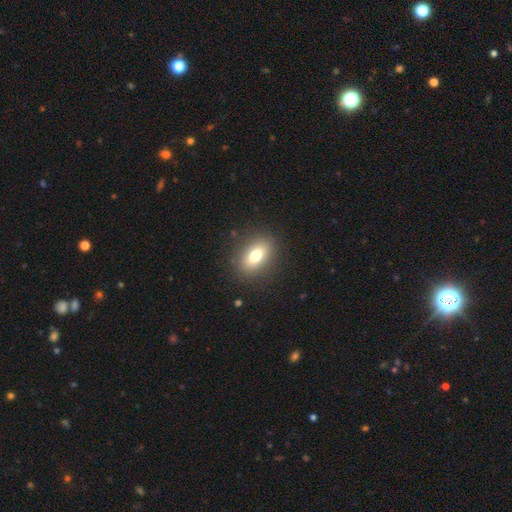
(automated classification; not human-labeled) A smooth galaxy with no disk features (75%) that is in between round and cigar-shaped (78%). Merging: none (87%).